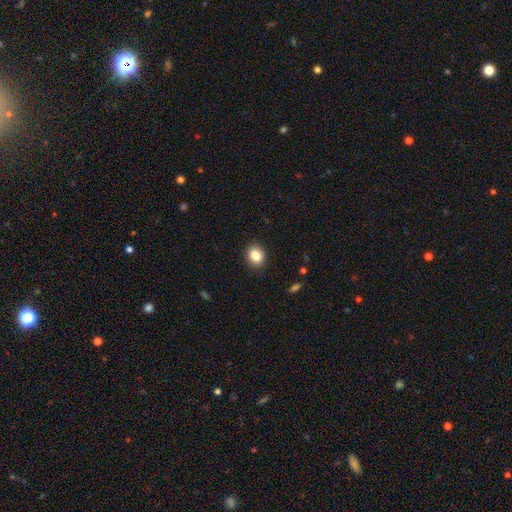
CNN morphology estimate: This is clearly a smooth galaxy (85%). How rounded: possibly round (54%). Merging: clearly none (89%).